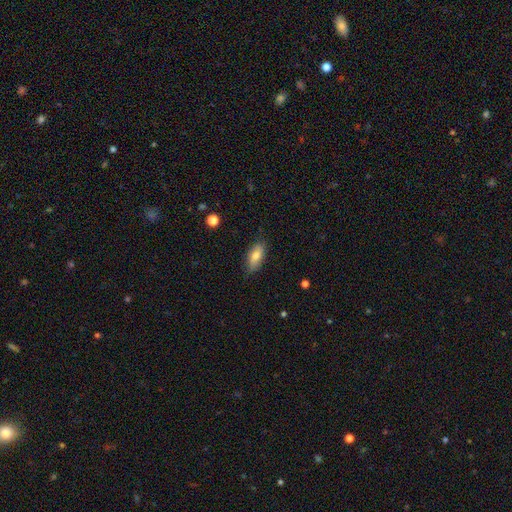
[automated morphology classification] Smooth or featured: smooth — 76% (featured or disk — 17%)
How rounded: in between — 83% (cigar-shaped — 14%)
Merging: none — 83% (minor disturbance — 14%)